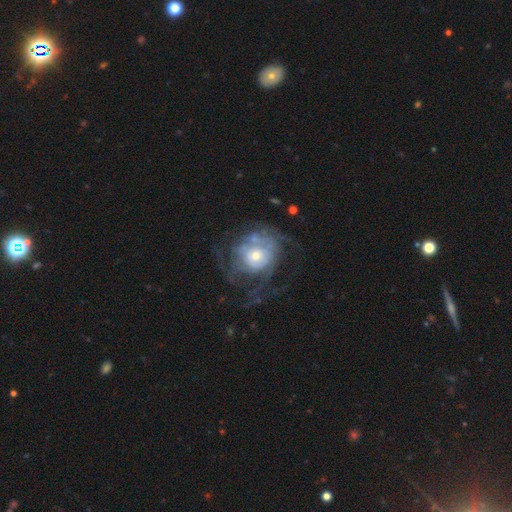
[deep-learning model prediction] This is likely a featured or disk galaxy (70%). It is clearly not viewed edge-on (97%). Bar: likely no (80%). Spiral arm pattern: likely yes (66%). Central bulge: possibly moderate (47%). Merging: possibly none (47%).